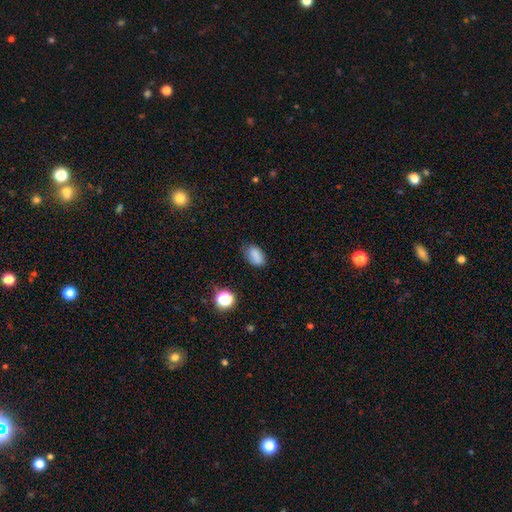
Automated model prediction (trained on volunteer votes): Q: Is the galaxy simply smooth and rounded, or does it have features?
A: smooth — 83%.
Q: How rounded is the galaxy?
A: in between — 86%.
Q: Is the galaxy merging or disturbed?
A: none — 72%.